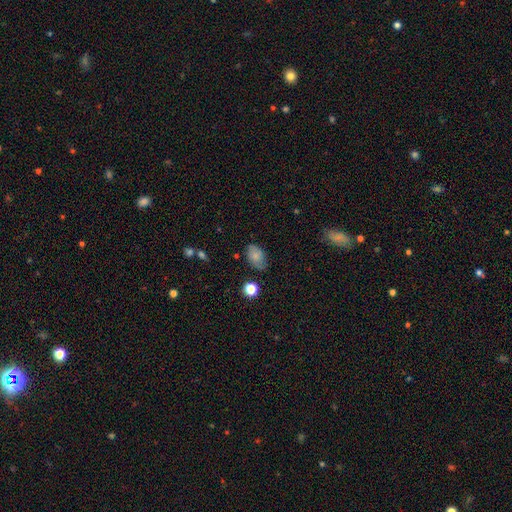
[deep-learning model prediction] smooth 66%, featured or disk 24%, star or artifact 10%. Down the decision tree: how rounded — in between (87%); merging — none (66%).